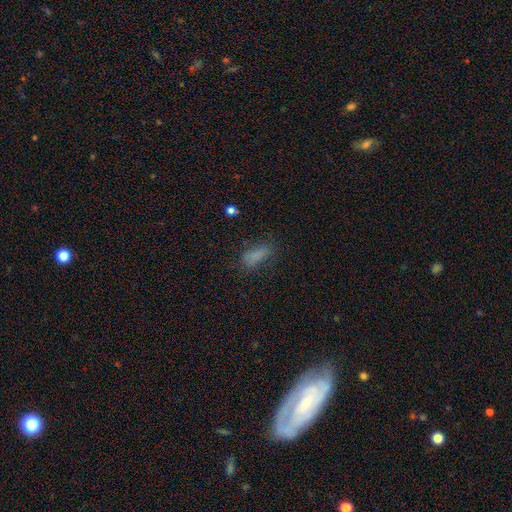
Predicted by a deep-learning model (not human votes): The model was most divided on "merging": none: 69%, minor disturbance: 19%, major disturbance: 10%, merger: 2%. More confident: smooth or featured — smooth (79%); how rounded — in between (73%).